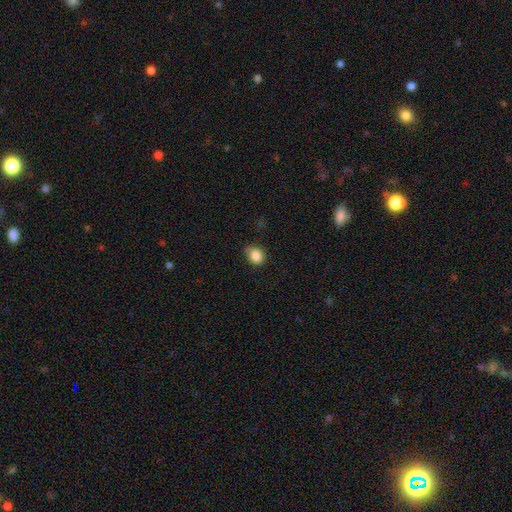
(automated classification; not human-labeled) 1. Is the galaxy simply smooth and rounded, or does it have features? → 85% smooth, 9% star or artifact, 5% featured or disk.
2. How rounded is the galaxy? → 54% round, 45% in between, 1% cigar-shaped.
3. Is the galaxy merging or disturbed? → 67% none, 26% minor disturbance, 5% major disturbance, 2% merger.